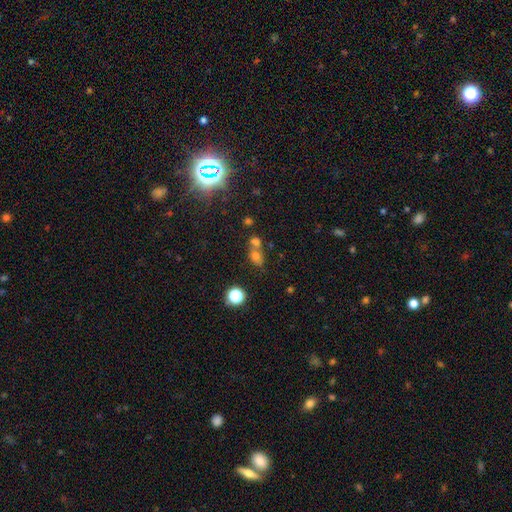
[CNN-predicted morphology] smooth 62%, star or artifact 24%, featured or disk 14%. Down the decision tree: how rounded — round (49%); merging — merger (53%).